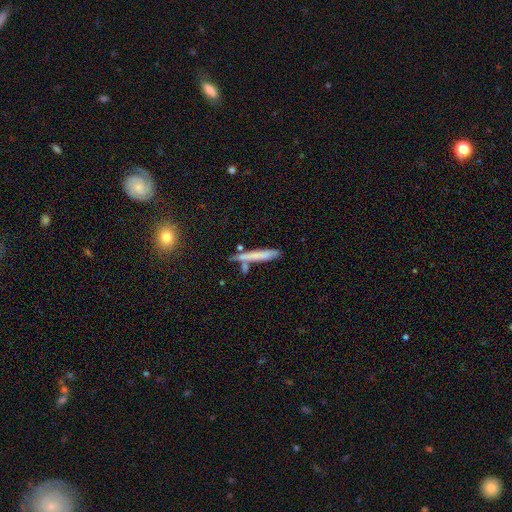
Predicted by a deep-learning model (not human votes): Smooth or featured?
  - smooth: 68% *
  - featured or disk: 23%
  - star or artifact: 9%
How rounded?
  - cigar-shaped: 94% *
  - in between: 5%
  - round: 2%
Merging?
  - none: 73% *
  - minor disturbance: 13%
  - merger: 10%
  - major disturbance: 3%